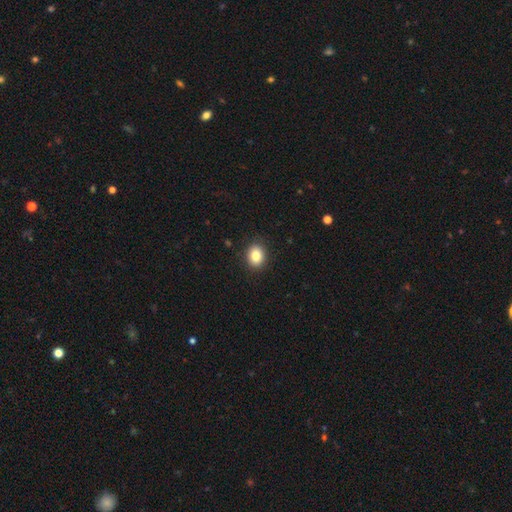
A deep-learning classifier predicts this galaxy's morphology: Smooth or featured? Predicted: smooth (p=0.84). How rounded? Predicted: round (p=0.54). Merging? Predicted: none (p=0.90).